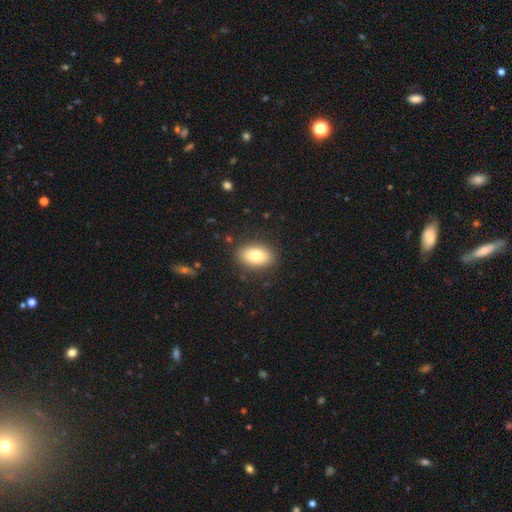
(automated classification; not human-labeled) smooth 78%, featured or disk 14%, star or artifact 8%. Down the decision tree: how rounded — in between (86%); merging — none (87%).